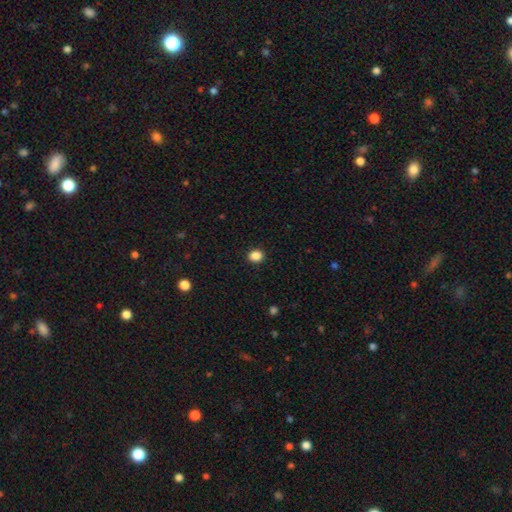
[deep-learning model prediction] smooth-or-featured: smooth: 87% | star or artifact: 10% | featured or disk: 3%
  how-rounded: round: 62% | in between: 37% | cigar-shaped: 1%
  merging: none: 91% | minor disturbance: 6% | major disturbance: 2% | merger: 1%